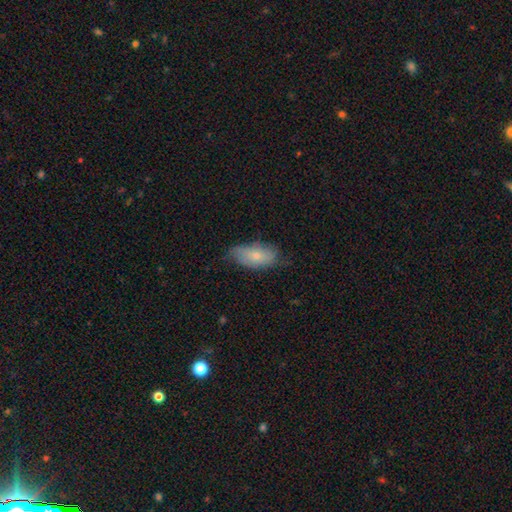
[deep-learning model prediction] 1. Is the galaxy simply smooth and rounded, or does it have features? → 71% smooth, 22% featured or disk, 6% star or artifact.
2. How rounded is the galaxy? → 90% in between, 7% cigar-shaped, 3% round.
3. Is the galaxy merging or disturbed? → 60% none, 31% minor disturbance, 7% major disturbance, 1% merger.